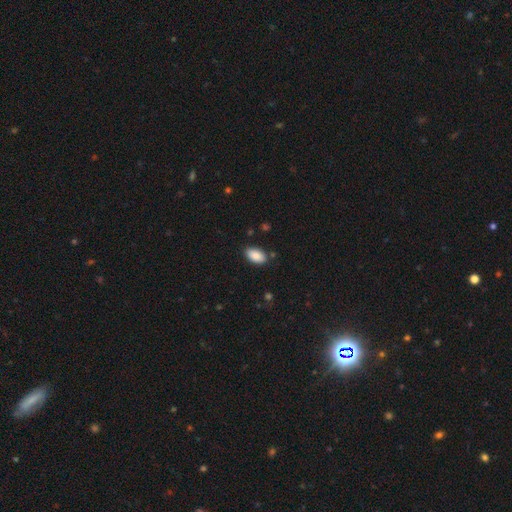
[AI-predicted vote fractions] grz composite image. It shows a smooth galaxy with no disk features (89%) that is in between round and cigar-shaped (94%). Merging: none (84%).